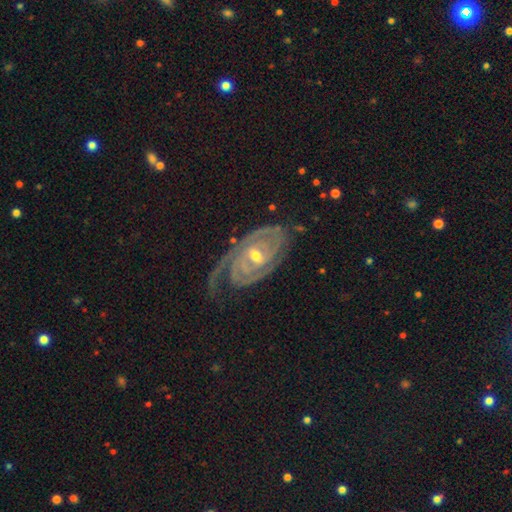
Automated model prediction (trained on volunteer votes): Smooth or featured? featured or disk (91%)
Edge-on disk? no (95%)
Bar? no (42%)
Spiral arms? yes (97%)
Spiral winding? tight (73%)
Spiral arm count? 2 (55%)
Bulge size? moderate (57%)
Merging? none (65%)